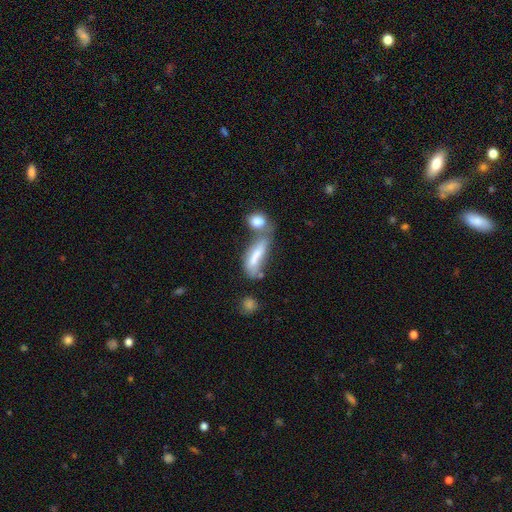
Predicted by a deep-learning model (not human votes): Smooth or featured: smooth — 59% (featured or disk — 31%)
How rounded: cigar-shaped — 52% (in between — 45%)
Merging: merger — 48% (none — 26%)